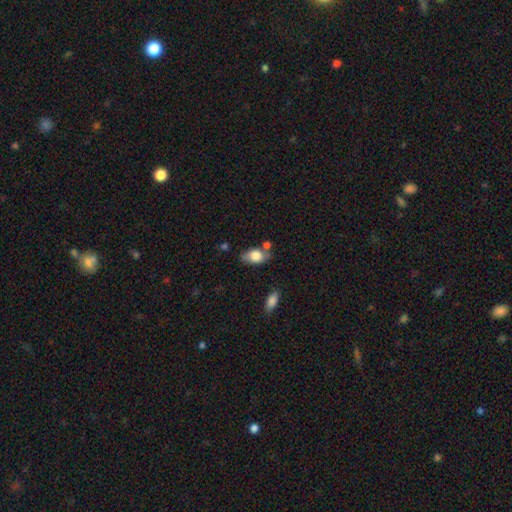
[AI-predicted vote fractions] smooth-or-featured: smooth: 74% | featured or disk: 19% | star or artifact: 7%
  how-rounded: in between: 87% | round: 9% | cigar-shaped: 3%
  merging: none: 64% | minor disturbance: 20% | merger: 11% | major disturbance: 5%